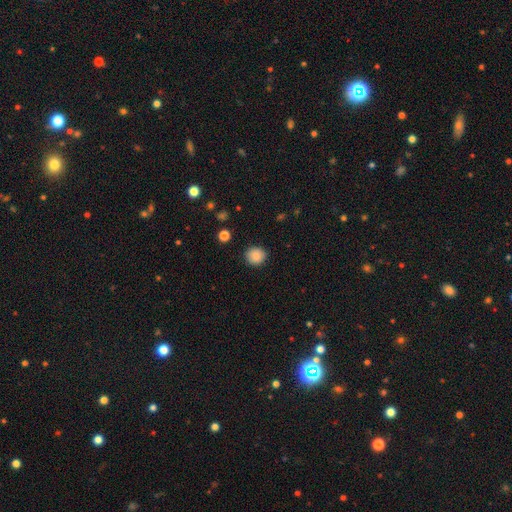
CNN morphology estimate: The model was most divided on "smooth or featured": smooth: 87%, star or artifact: 10%, featured or disk: 3%. More confident: merging — none (89%); how rounded — round (88%).